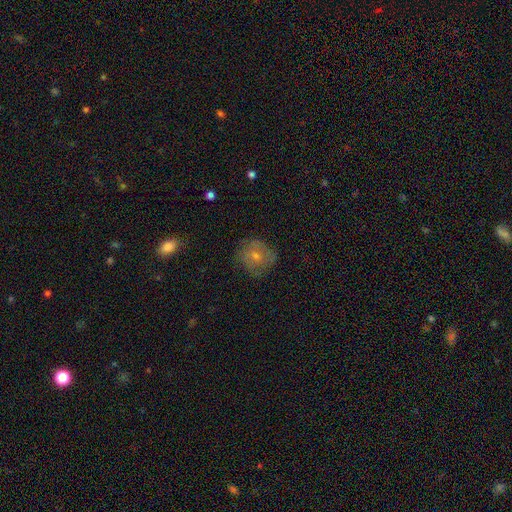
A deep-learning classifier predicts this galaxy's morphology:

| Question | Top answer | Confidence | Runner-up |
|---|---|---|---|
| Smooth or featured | smooth | 45% | featured or disk (42%) |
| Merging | none | 74% | minor disturbance (18%) |